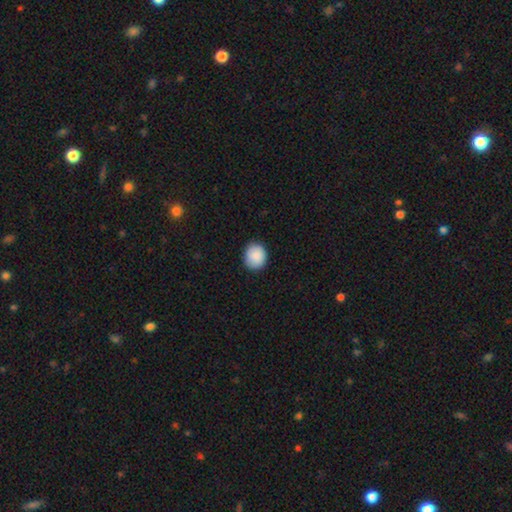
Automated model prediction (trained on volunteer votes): smooth-or-featured: smooth: 89% | star or artifact: 7% | featured or disk: 4%
  how-rounded: round: 78% | in between: 21% | cigar-shaped: 1%
  merging: none: 88% | minor disturbance: 9% | major disturbance: 2% | merger: 1%